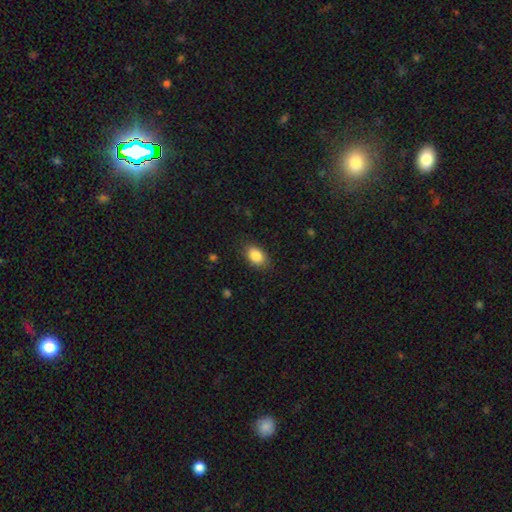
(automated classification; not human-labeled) Overall: smooth (86%). How rounded: in between (87%). Merging: none (84%).